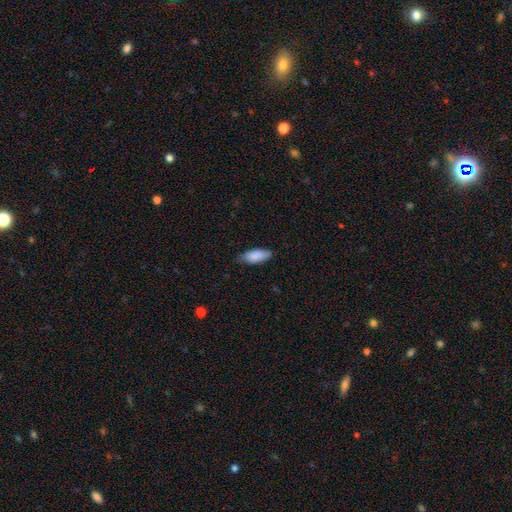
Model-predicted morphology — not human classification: Smooth or featured? Predicted: smooth (p=0.87). How rounded? Predicted: in between (p=0.82). Merging? Predicted: none (p=0.75).